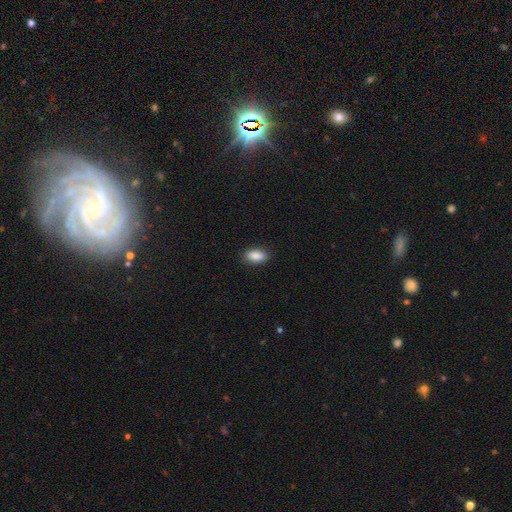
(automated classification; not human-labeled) Smooth or featured?
  - smooth: 89% *
  - star or artifact: 7%
  - featured or disk: 4%
How rounded?
  - in between: 90% *
  - cigar-shaped: 6%
  - round: 4%
Merging?
  - none: 88% *
  - minor disturbance: 9%
  - major disturbance: 2%
  - merger: 1%